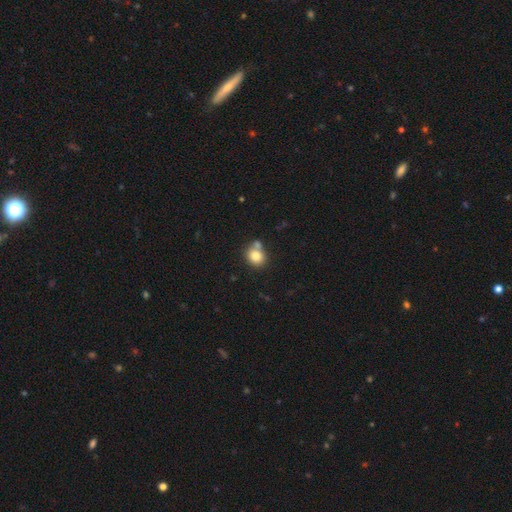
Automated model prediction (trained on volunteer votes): This appears to be a smooth galaxy with no disk features (81%) that is round (73%). Merging: none (59%).